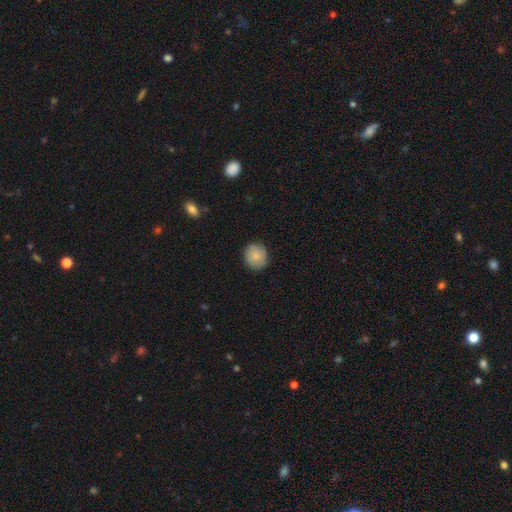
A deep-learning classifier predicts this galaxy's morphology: Smooth or featured? Predicted: smooth (p=0.83). How rounded? Predicted: round (p=0.88). Merging? Predicted: none (p=0.85).